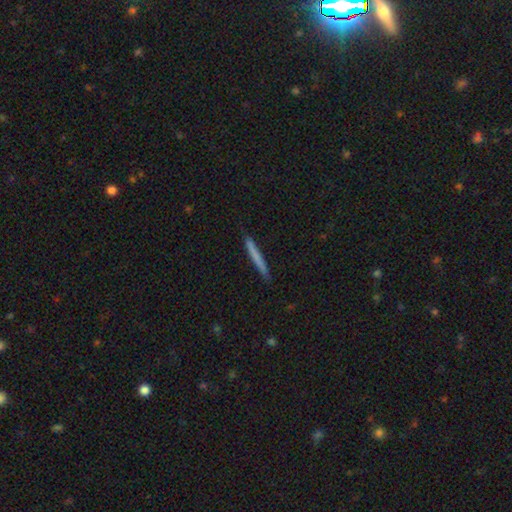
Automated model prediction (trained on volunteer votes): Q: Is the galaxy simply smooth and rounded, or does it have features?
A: smooth — 67%.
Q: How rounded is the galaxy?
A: cigar-shaped — 97%.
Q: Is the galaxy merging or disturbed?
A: none — 89%.